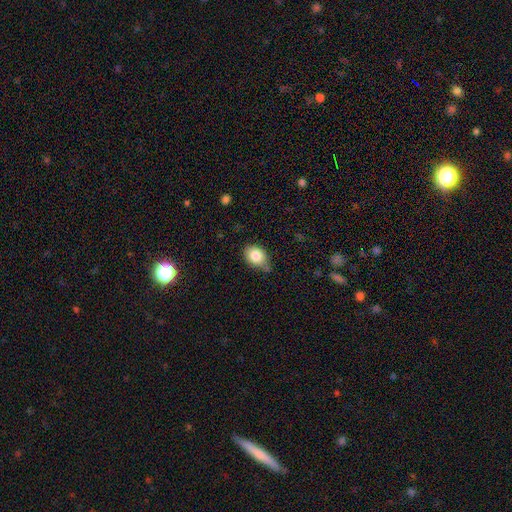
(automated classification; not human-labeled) smooth 84%, star or artifact 8%, featured or disk 8%. Down the decision tree: how rounded — in between (68%); merging — none (62%).